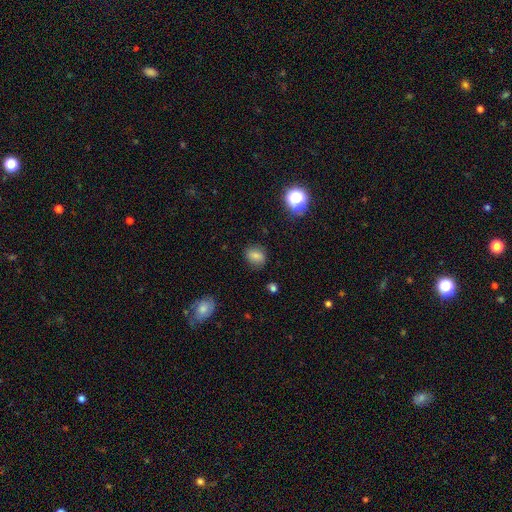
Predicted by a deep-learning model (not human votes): This is likely a smooth galaxy (76%). How rounded: possibly round (52%). Merging: clearly none (81%).